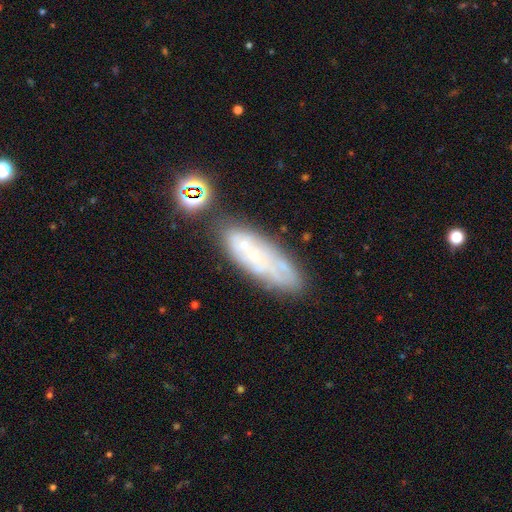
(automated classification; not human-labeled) Morphology: type=featured or disk (54%); edge-on=no (80%); merging=none (60%).